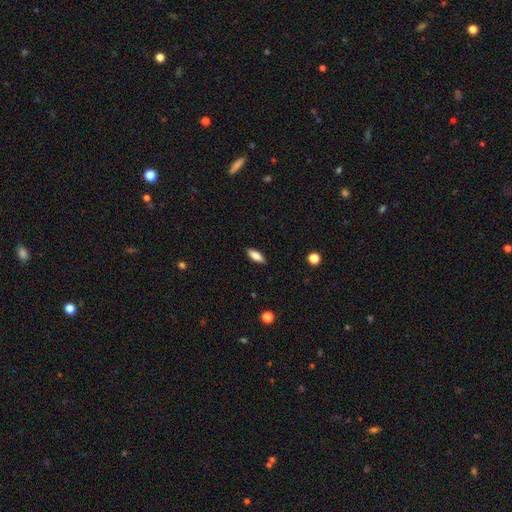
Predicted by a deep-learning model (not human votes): Smooth or featured? Predicted: smooth (p=0.81). How rounded? Predicted: in between (p=0.72). Merging? Predicted: none (p=0.89).